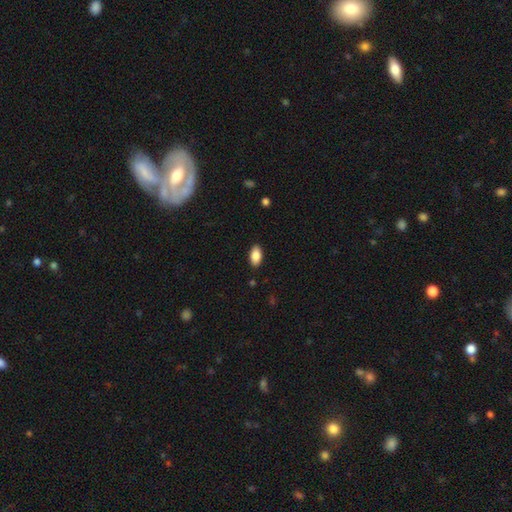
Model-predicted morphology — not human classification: Smooth or featured?
  - smooth: 87% *
  - star or artifact: 7%
  - featured or disk: 6%
How rounded?
  - in between: 93% *
  - round: 4%
  - cigar-shaped: 3%
Merging?
  - none: 88% *
  - minor disturbance: 9%
  - major disturbance: 2%
  - merger: 1%